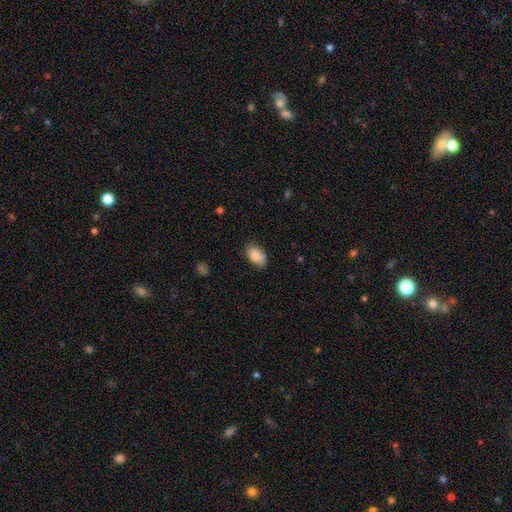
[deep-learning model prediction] A smooth galaxy with no disk features (86%) that is in between round and cigar-shaped (90%).

Vote fractions:
- Smooth or featured? smooth: 86% / star or artifact: 7% / featured or disk: 7%
- How rounded? in between: 90% / round: 8% / cigar-shaped: 1%
- Merging? none: 78% / minor disturbance: 17% / major disturbance: 3% / merger: 1%